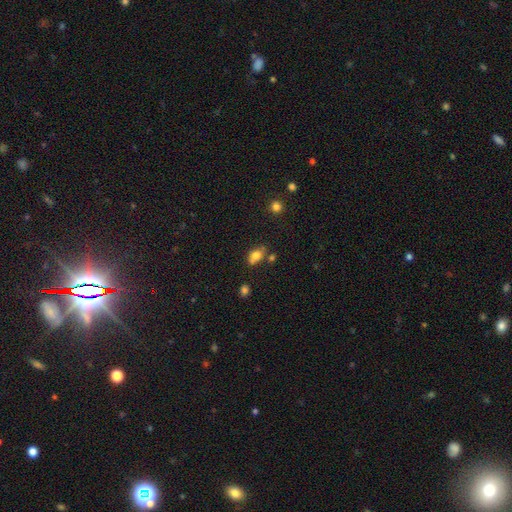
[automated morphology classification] type=smooth (76%); roundness=in between (75%); merging=none (54%).